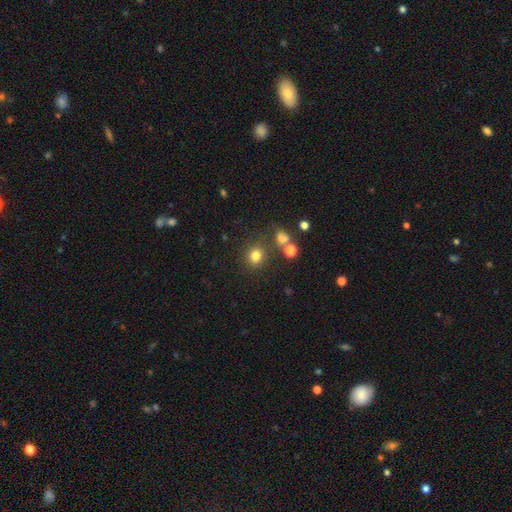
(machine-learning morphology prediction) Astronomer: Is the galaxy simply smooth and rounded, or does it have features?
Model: smooth — 78%.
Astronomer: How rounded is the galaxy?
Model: round — 83%.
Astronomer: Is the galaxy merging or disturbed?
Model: none — 80%.